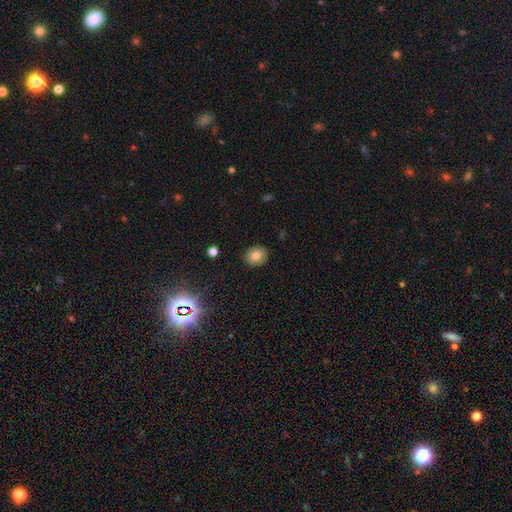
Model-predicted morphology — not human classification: The model was most divided on "how rounded": round: 70%, in between: 29%, cigar-shaped: 1%. More confident: merging — none (89%); smooth or featured — smooth (78%).